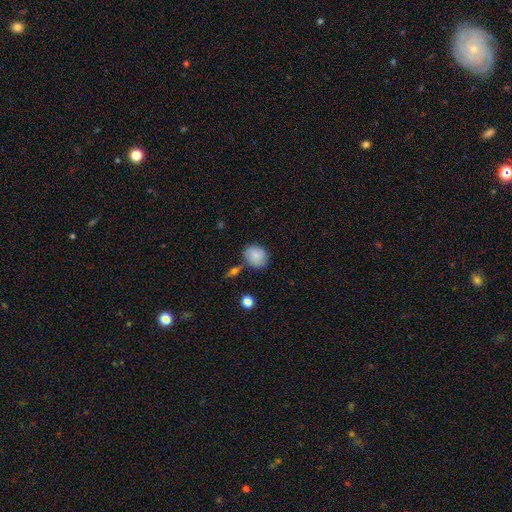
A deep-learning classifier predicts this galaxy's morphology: This appears to be a smooth galaxy with no disk features (80%) that is round (61%). Merging: none (66%).